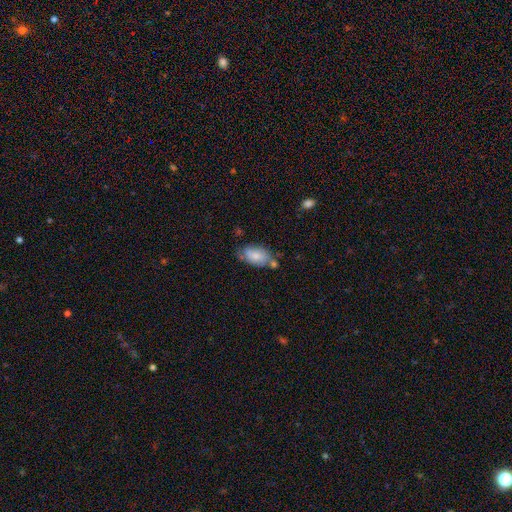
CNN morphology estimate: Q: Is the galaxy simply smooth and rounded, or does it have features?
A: smooth — 75%.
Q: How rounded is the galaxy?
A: in between — 92%.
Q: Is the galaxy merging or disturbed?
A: none — 52%.